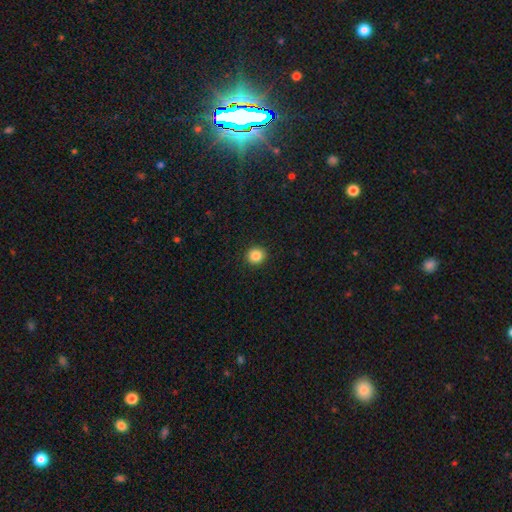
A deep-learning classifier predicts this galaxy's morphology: A smooth galaxy with no disk features (86%) that is round (89%). Merging: none (92%).